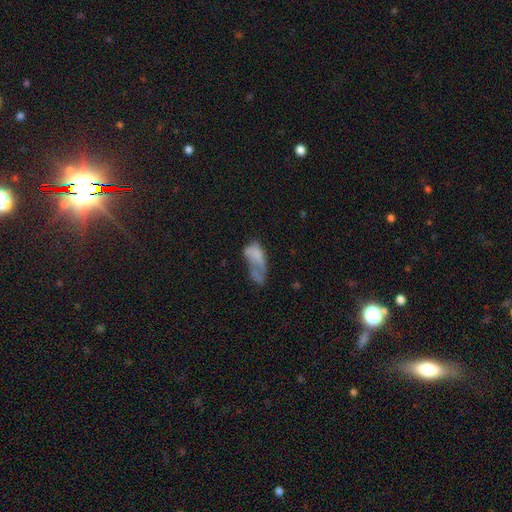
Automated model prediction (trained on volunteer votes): smooth_or_featured: smooth (p=0.60) [alt: featured or disk p=0.29]
how_rounded: in between (p=0.83) [alt: cigar-shaped p=0.13]
merging: major disturbance (p=0.42) [alt: none p=0.21]